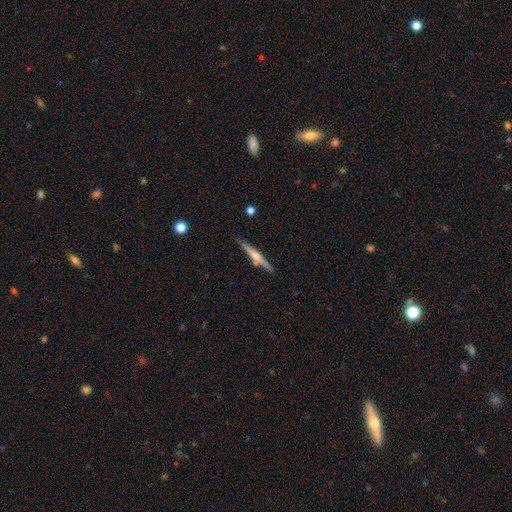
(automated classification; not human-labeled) Smooth or featured?
  - featured or disk: 72% *
  - smooth: 23%
  - star or artifact: 5%
Edge-on disk?
  - yes: 98% *
  - no: 2%
Edge-on bulge?
  - rounded: 91% *
  - none: 5%
  - boxy: 4%
Merging?
  - none: 86% *
  - minor disturbance: 9%
  - merger: 3%
  - major disturbance: 2%